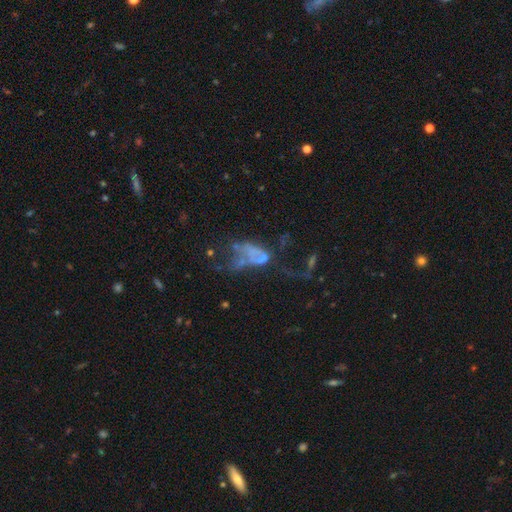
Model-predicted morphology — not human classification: Smooth or featured? featured or disk (51%)
Edge-on disk? no (96%)
Merging? major disturbance (43%)